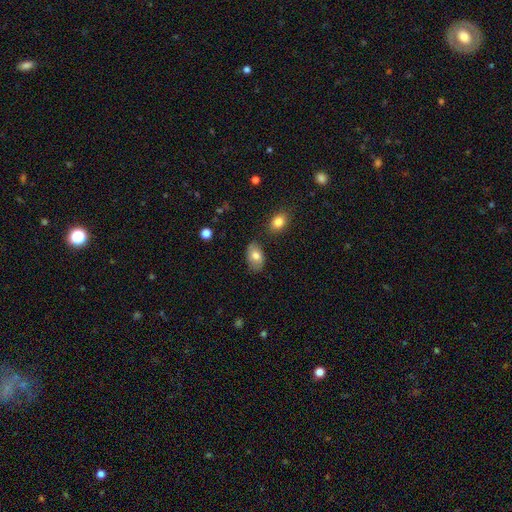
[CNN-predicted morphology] This is likely a smooth galaxy (77%). How rounded: clearly in between (90%). Merging: likely none (77%).